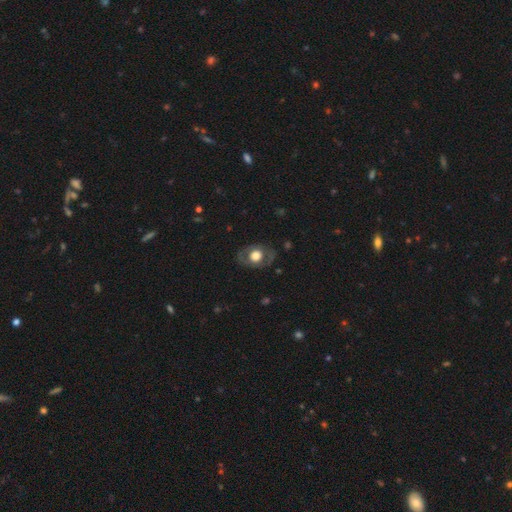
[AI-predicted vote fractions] Smooth or featured? Predicted: smooth (p=0.49). Merging? Predicted: none (p=0.76).